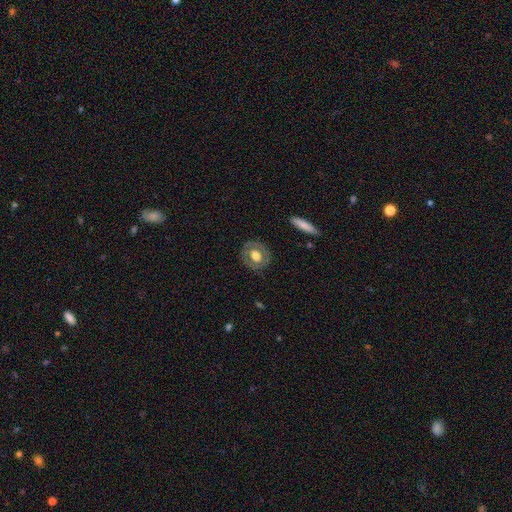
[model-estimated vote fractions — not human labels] This is possibly a featured or disk galaxy (48%). Merging: clearly none (82%).